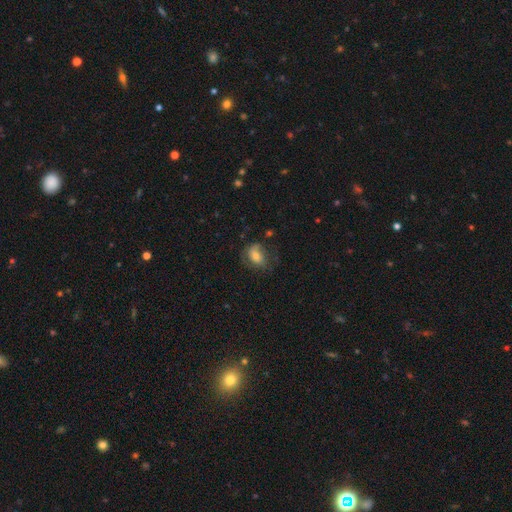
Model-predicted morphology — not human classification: Smooth or featured? Predicted: smooth (p=0.65). How rounded? Predicted: in between (p=0.76). Merging? Predicted: none (p=0.56).